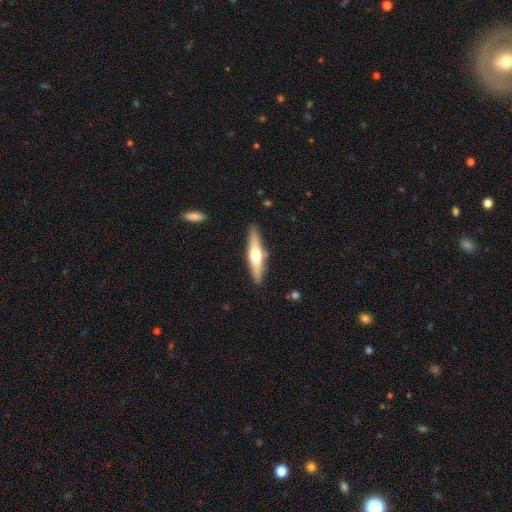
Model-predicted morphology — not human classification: Overall: featured or disk (51%; smooth 43%). Edge-on disk: yes (93%). Merging: none (88%).